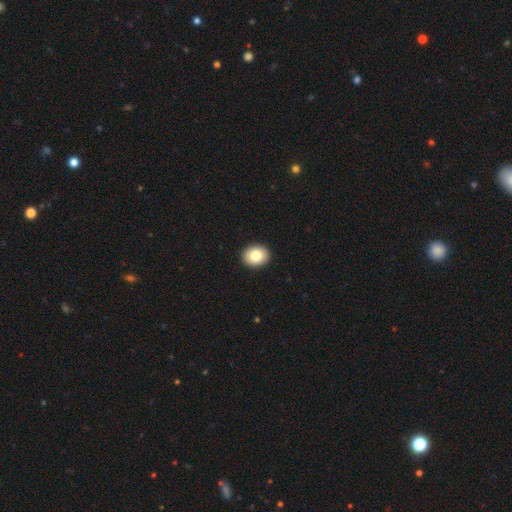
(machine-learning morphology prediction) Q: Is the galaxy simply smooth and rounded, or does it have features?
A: smooth — 82%.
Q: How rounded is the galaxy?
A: round — 53%.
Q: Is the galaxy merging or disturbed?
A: none — 92%.